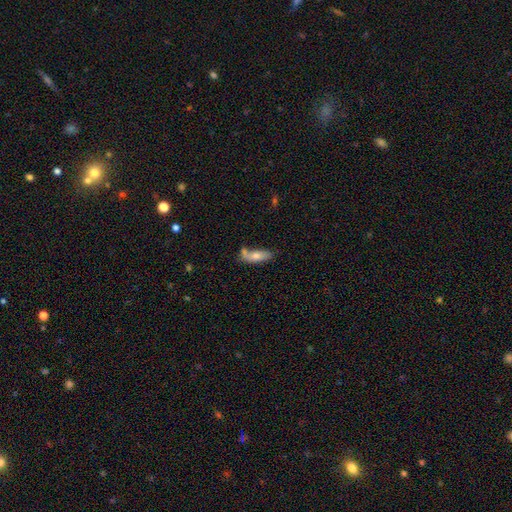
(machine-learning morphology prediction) Smooth or featured? Predicted: smooth (p=0.62). How rounded? Predicted: in between (p=0.57). Merging? Predicted: none (p=0.54).